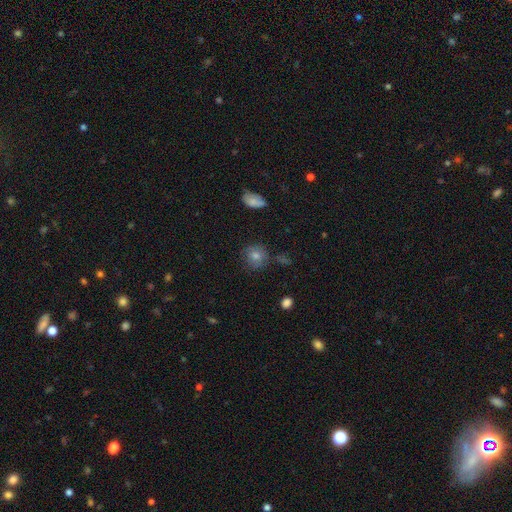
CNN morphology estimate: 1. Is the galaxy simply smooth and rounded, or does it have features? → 68% smooth, 16% featured or disk, 16% star or artifact.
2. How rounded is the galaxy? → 87% round, 12% in between, 1% cigar-shaped.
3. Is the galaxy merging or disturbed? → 77% none, 15% minor disturbance, 5% major disturbance, 4% merger.